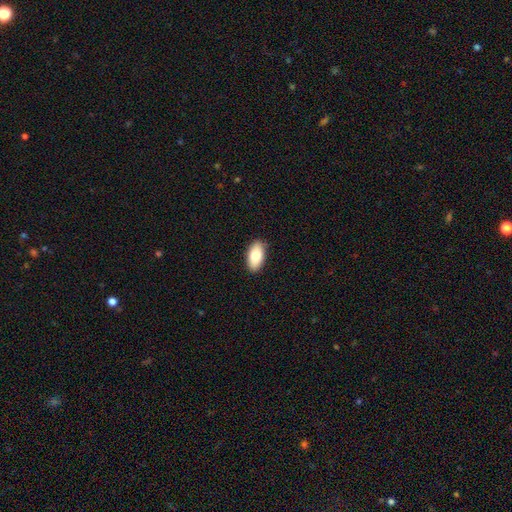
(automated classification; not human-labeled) This appears to be a smooth galaxy with no disk features (82%) that is in between round and cigar-shaped (94%). Merging: none (89%).